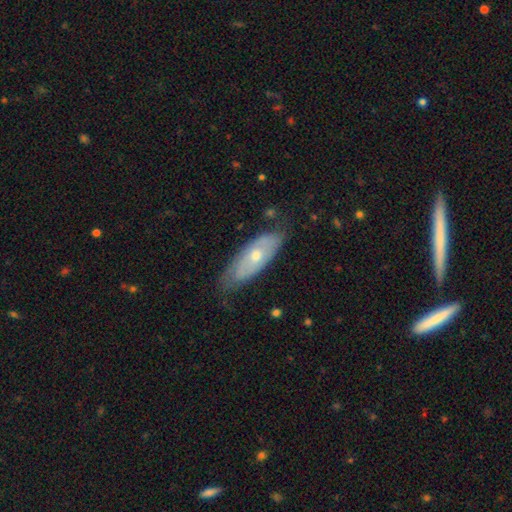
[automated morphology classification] Smooth or featured? Predicted: featured or disk (p=0.52). Edge-on disk? Predicted: no (p=0.75). Merging? Predicted: none (p=0.66).